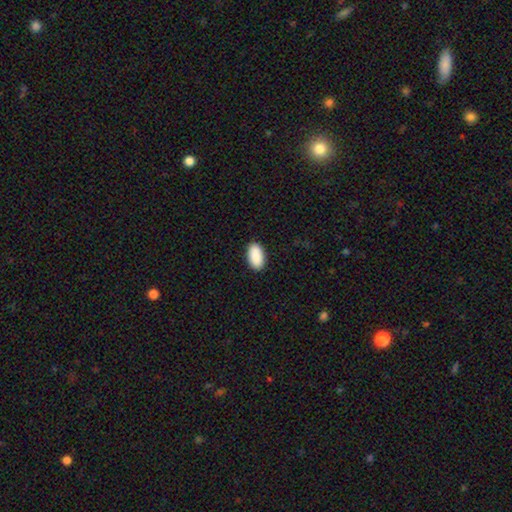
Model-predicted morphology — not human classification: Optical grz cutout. It shows a smooth galaxy with no disk features (91%) that is in between round and cigar-shaped (95%). Merging: none (90%).